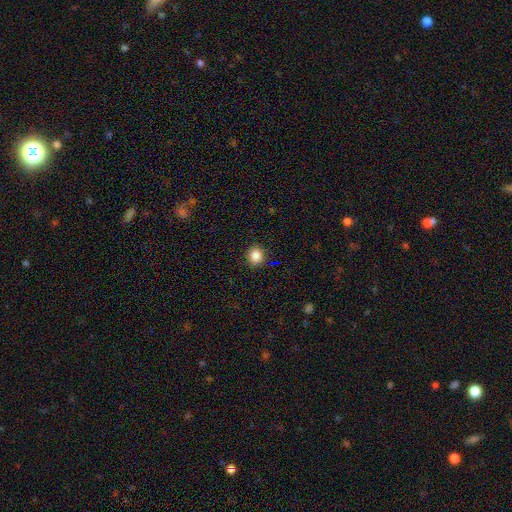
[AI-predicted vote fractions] smooth-or-featured: smooth: 85% | star or artifact: 11% | featured or disk: 5%
  how-rounded: round: 84% | in between: 15% | cigar-shaped: 1%
  merging: none: 90% | minor disturbance: 7% | major disturbance: 2% | merger: 1%